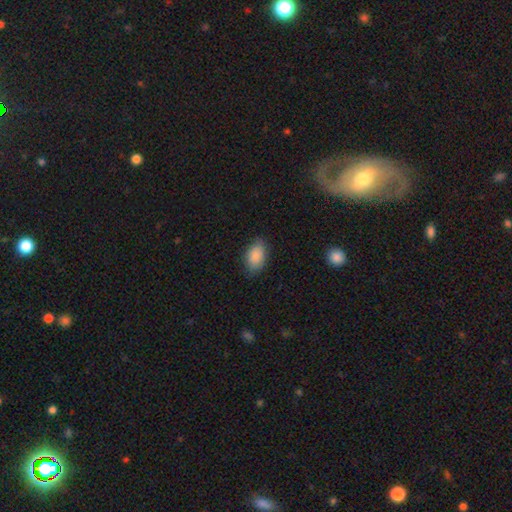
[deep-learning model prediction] This is clearly a smooth galaxy (89%). How rounded: clearly in between (92%). Merging: clearly none (81%).